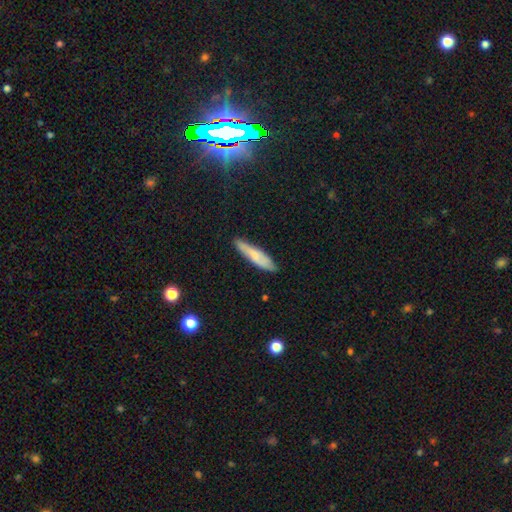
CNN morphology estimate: A smooth galaxy with no disk features (65%) that is cigar-shaped (82%). Merging: none (83%).